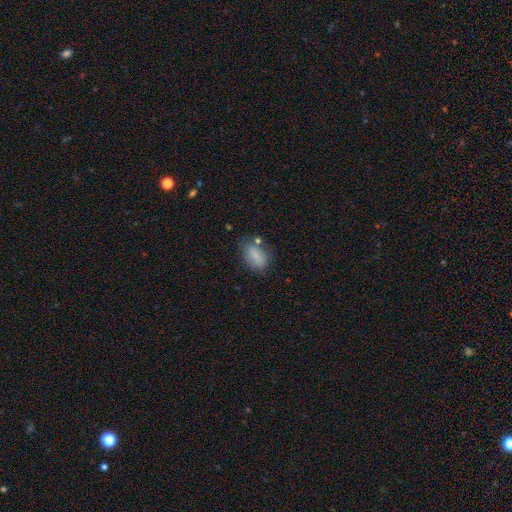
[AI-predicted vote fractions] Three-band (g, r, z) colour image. It shows a smooth galaxy with no disk features (81%) that is in between round and cigar-shaped (87%). Merging: none (64%).